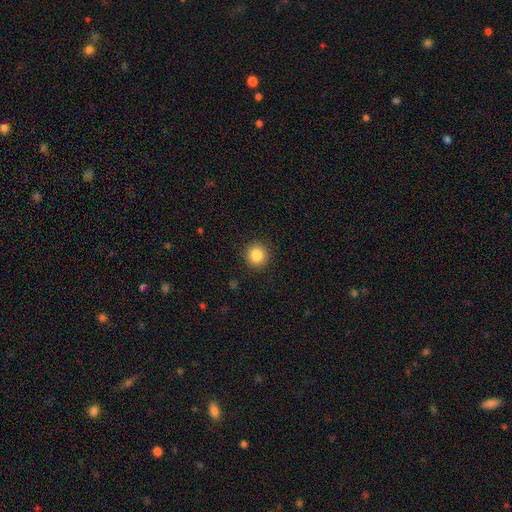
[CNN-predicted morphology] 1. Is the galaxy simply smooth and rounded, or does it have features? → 86% smooth, 10% star or artifact, 4% featured or disk.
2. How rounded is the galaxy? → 95% round, 5% in between, 1% cigar-shaped.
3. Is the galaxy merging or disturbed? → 92% none, 5% minor disturbance, 2% major disturbance, 1% merger.